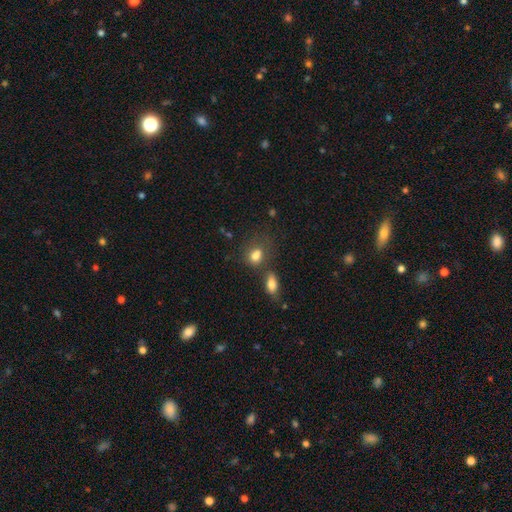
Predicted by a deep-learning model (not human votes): The model was most divided on "merging": none: 44%, merger: 33%, minor disturbance: 15%, major disturbance: 8%. More confident: smooth or featured — smooth (78%); how rounded — in between (55%).